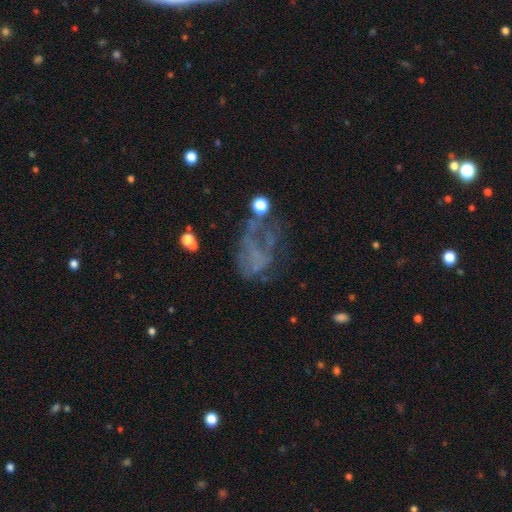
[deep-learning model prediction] featured or disk 50%, smooth 26%, star or artifact 23%. Down the decision tree: edge-on disk — no (97%); merging — major disturbance (48%).